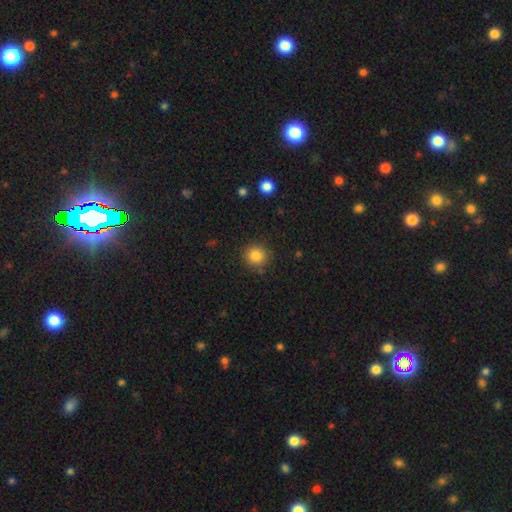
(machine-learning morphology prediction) A smooth galaxy with no disk features (84%) that is round (93%).

Vote fractions:
- Smooth or featured? smooth: 84% / star or artifact: 11% / featured or disk: 5%
- How rounded? round: 93% / in between: 7% / cigar-shaped: 1%
- Merging? none: 85% / minor disturbance: 10% / major disturbance: 3% / merger: 2%